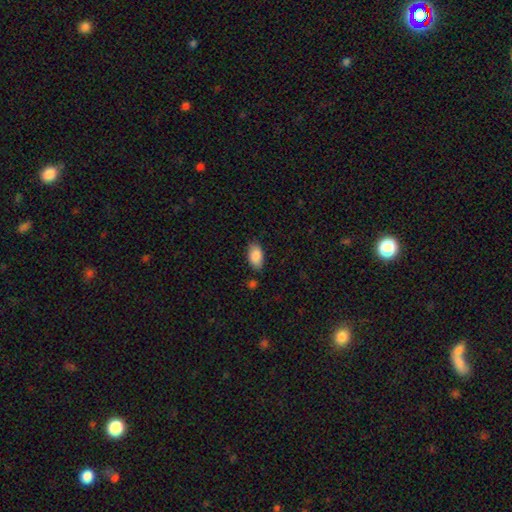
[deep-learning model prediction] Smooth or featured? Predicted: smooth (p=0.87). How rounded? Predicted: in between (p=0.94). Merging? Predicted: none (p=0.81).